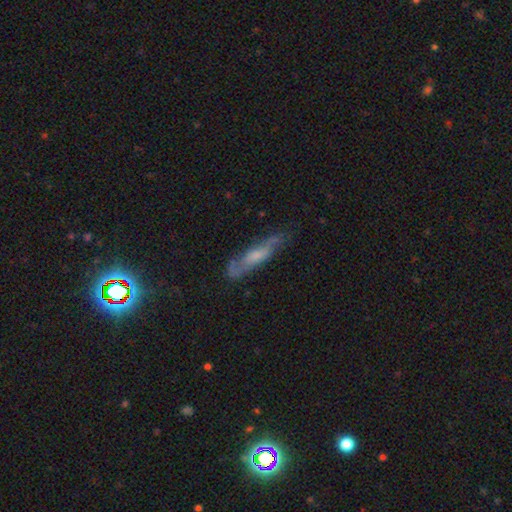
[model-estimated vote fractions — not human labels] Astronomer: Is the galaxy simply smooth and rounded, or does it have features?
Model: featured or disk — 57% (runner-up: smooth, 35%).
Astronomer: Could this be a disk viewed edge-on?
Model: yes — 52% (runner-up: no, 48%).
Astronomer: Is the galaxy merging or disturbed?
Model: none — 68%.